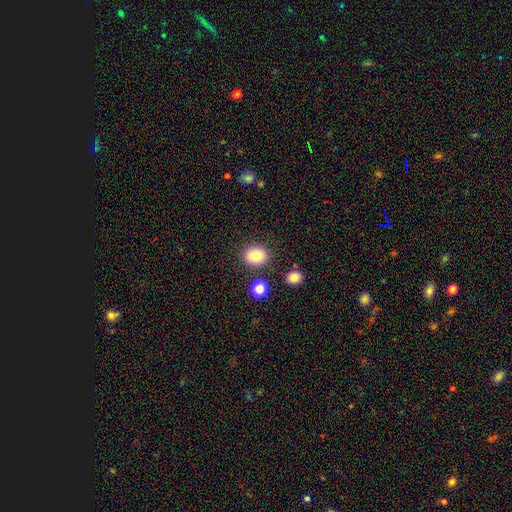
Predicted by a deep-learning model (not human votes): Overall: smooth (83%). How rounded: round (59%; in between 40%). Merging: none (85%).